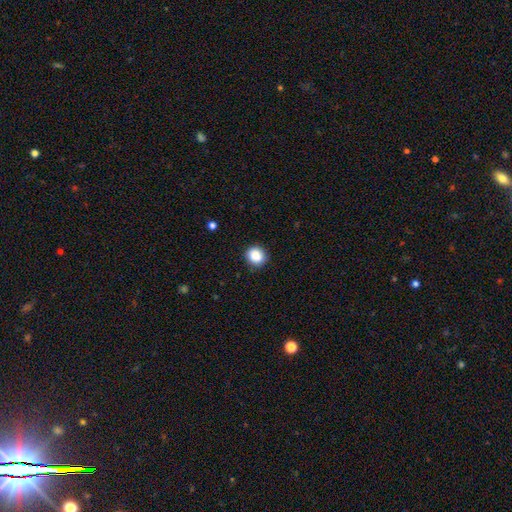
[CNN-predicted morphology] smooth-or-featured: smooth: 87% | star or artifact: 9% | featured or disk: 3%
  how-rounded: round: 82% | in between: 17% | cigar-shaped: 1%
  merging: none: 87% | minor disturbance: 10% | major disturbance: 2% | merger: 1%